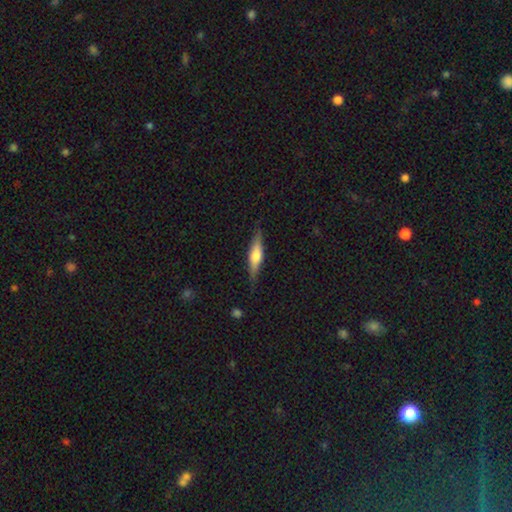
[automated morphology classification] A featured or disk galaxy (52%) viewed edge-on (95%). Merging: none (85%).